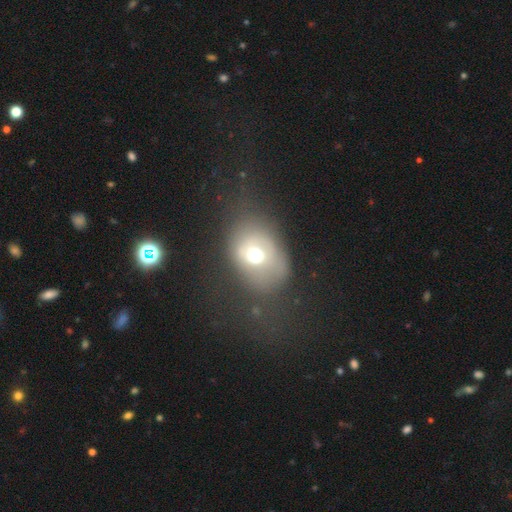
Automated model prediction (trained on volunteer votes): This is possibly a smooth galaxy (57%). How rounded: possibly in between (59%). Merging: possibly none (50%).